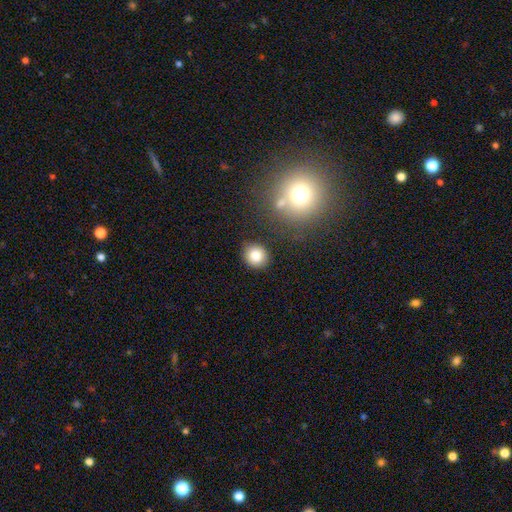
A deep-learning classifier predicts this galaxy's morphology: Q: Smooth or featured?
A: smooth (81%); runner-up: star or artifact (11%)
Q: How rounded?
A: round (86%); runner-up: in between (13%)
Q: Merging?
A: none (86%); runner-up: minor disturbance (8%)